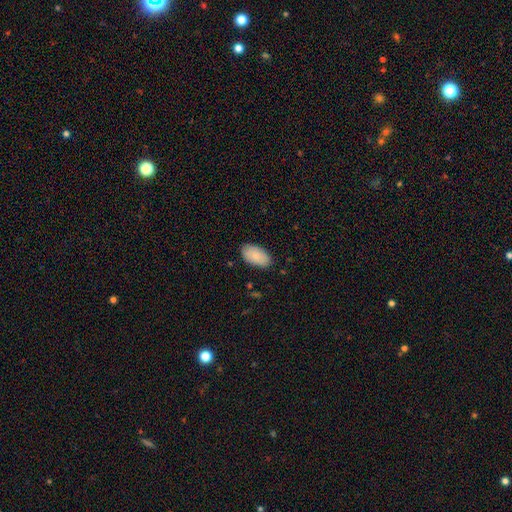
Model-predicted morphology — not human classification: A smooth galaxy with no disk features (85%) that is in between round and cigar-shaped (95%). Merging: none (85%).